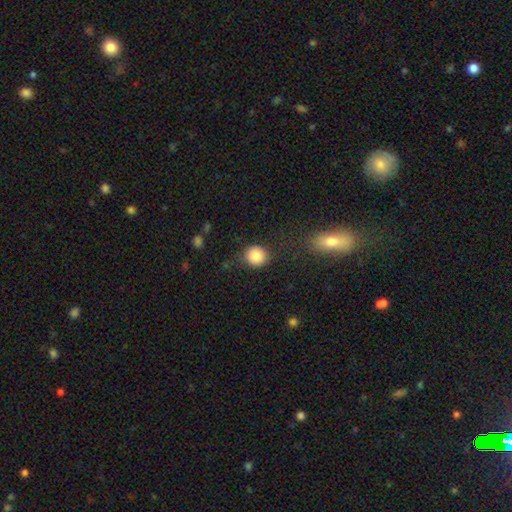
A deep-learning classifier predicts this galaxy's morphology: A smooth galaxy with no disk features (86%) that is round (86%). Merging: none (78%).